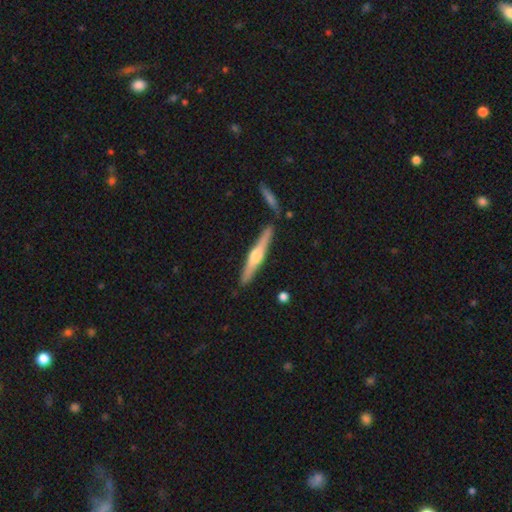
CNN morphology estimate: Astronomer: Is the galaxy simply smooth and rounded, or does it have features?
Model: featured or disk — 64%.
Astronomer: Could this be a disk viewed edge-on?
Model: yes — 97%.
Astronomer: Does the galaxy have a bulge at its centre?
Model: rounded — 90%.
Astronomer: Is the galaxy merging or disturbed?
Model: none — 83%.